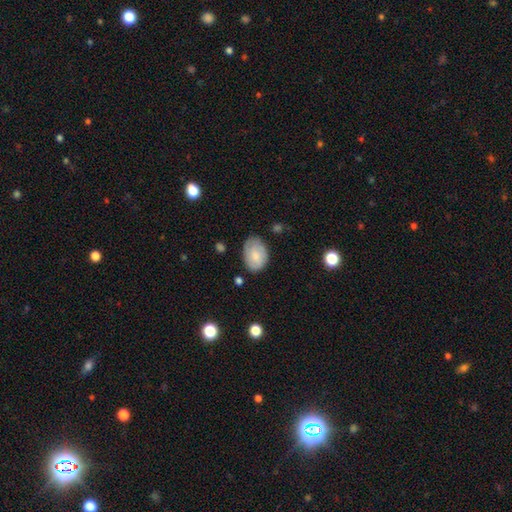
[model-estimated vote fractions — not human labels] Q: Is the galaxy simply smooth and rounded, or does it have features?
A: smooth — 68%.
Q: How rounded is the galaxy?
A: in between — 82%.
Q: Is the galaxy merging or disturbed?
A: none — 72%.